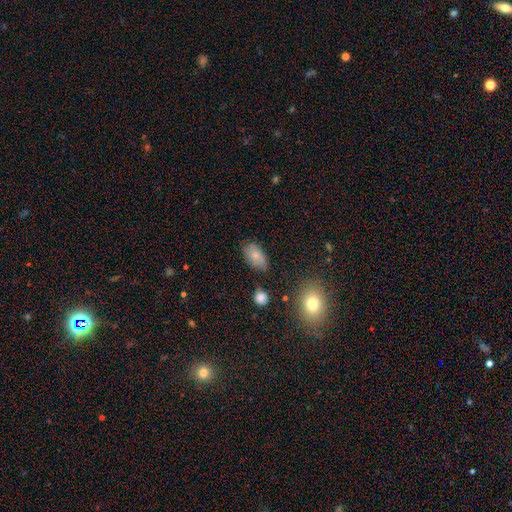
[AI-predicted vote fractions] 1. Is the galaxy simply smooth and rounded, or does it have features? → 78% smooth, 14% featured or disk, 9% star or artifact.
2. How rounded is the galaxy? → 92% in between, 6% round, 2% cigar-shaped.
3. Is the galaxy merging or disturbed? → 74% none, 19% minor disturbance, 4% major disturbance, 3% merger.